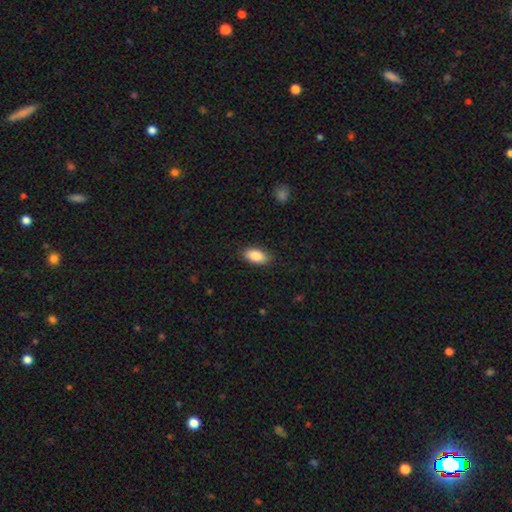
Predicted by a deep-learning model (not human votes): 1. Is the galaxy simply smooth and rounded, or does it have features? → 87% smooth, 6% star or artifact, 6% featured or disk.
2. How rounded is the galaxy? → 91% in between, 5% cigar-shaped, 3% round.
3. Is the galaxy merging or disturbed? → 86% none, 11% minor disturbance, 2% major disturbance, 1% merger.